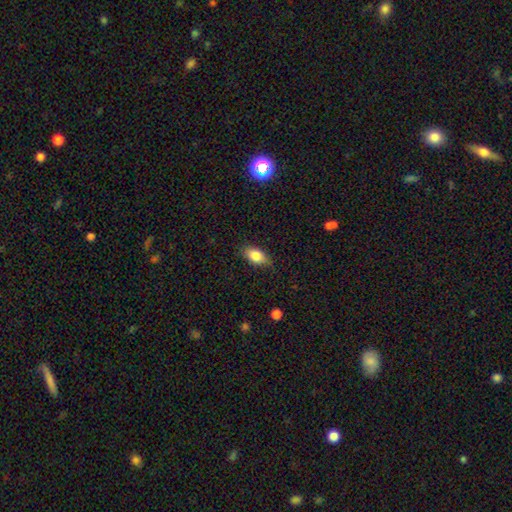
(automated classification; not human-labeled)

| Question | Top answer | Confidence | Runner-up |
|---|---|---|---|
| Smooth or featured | smooth | 82% | featured or disk (10%) |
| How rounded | in between | 88% | round (7%) |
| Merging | none | 79% | minor disturbance (17%) |